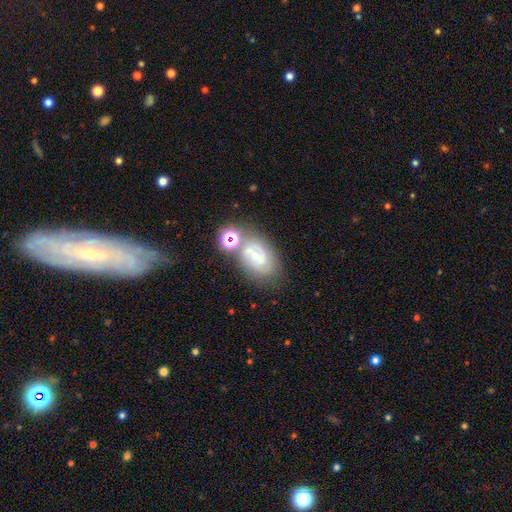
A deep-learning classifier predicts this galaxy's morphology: Smooth or featured?
  - featured or disk: 58% *
  - smooth: 26%
  - star or artifact: 16%
Edge-on disk?
  - no: 96% *
  - yes: 4%
Bar?
  - weak: 45% *
  - no: 39%
  - strong: 17%
Spiral arms?
  - yes: 78% *
  - no: 22%
Bulge size?
  - small: 62% *
  - moderate: 28%
  - none: 6%
  - large: 3%
  - dominant: 1%
Merging?
  - none: 56% *
  - minor disturbance: 17%
  - merger: 17%
  - major disturbance: 9%